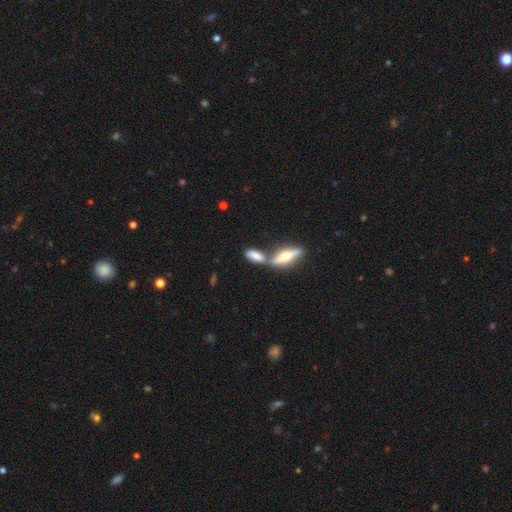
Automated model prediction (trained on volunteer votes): smooth 63%, featured or disk 29%, star or artifact 8%. Down the decision tree: how rounded — in between (60%); merging — merger (46%).